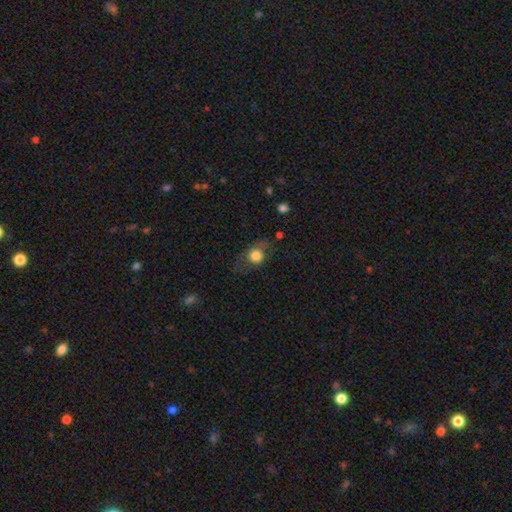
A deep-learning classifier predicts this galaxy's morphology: smooth-or-featured: smooth: 67% | featured or disk: 24% | star or artifact: 9%
  how-rounded: round: 58% | in between: 39% | cigar-shaped: 3%
  merging: none: 64% | minor disturbance: 20% | major disturbance: 14% | merger: 2%